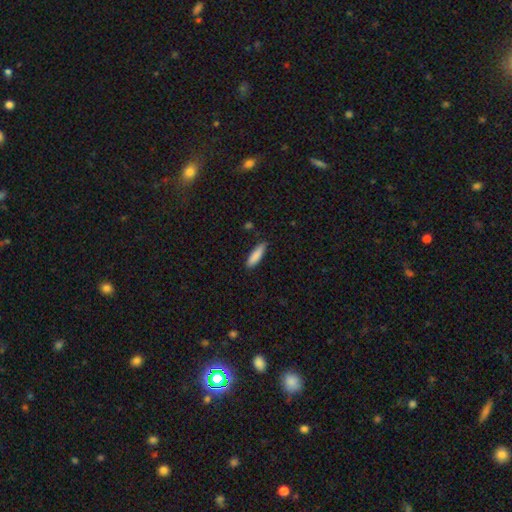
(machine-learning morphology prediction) smooth-or-featured: smooth: 87% | featured or disk: 7% | star or artifact: 6%
  how-rounded: cigar-shaped: 65% | in between: 33% | round: 1%
  merging: none: 81% | minor disturbance: 15% | major disturbance: 2% | merger: 2%